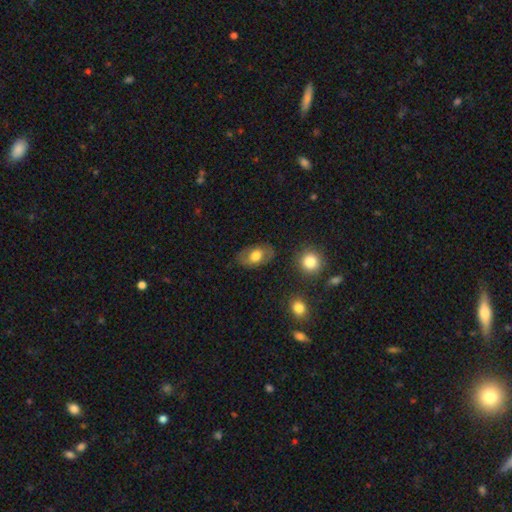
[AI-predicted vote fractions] Morphology: type=smooth (65%); roundness=in between (88%); merging=none (80%).